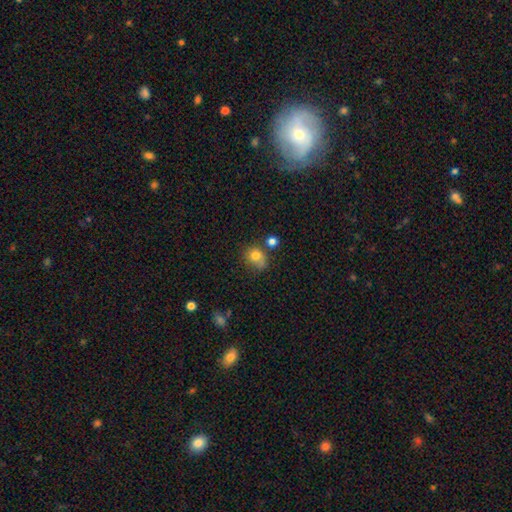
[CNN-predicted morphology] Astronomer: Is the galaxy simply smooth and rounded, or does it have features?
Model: smooth — 78%.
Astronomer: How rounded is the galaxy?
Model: round — 66%.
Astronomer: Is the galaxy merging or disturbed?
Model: none — 47% (runner-up: minor disturbance, 25%).